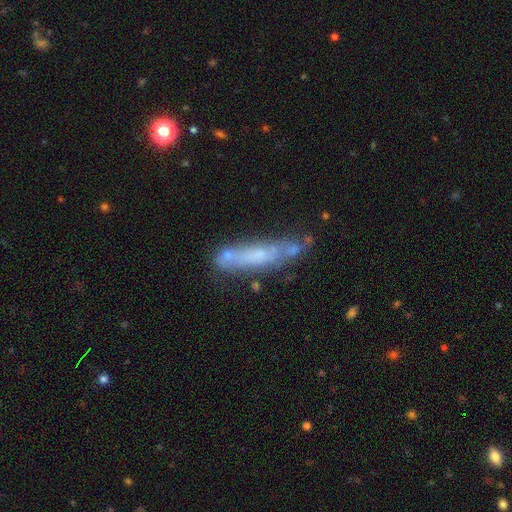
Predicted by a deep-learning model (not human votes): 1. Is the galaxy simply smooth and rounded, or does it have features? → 49% featured or disk, 41% smooth, 10% star or artifact.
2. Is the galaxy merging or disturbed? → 53% none, 23% minor disturbance, 14% merger, 10% major disturbance.